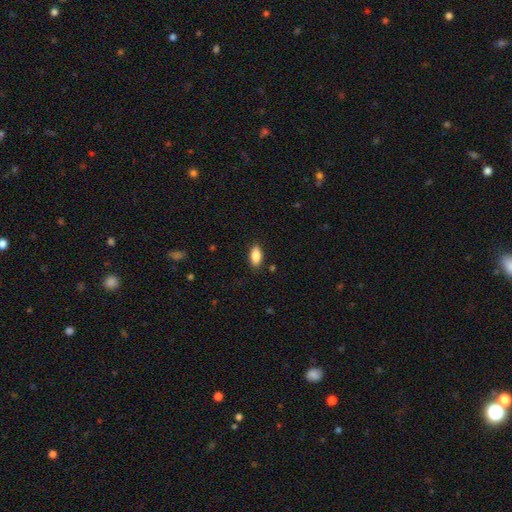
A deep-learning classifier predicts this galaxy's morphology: Smooth or featured?
  - smooth: 87% *
  - star or artifact: 7%
  - featured or disk: 6%
How rounded?
  - in between: 89% *
  - cigar-shaped: 8%
  - round: 3%
Merging?
  - none: 87% *
  - minor disturbance: 10%
  - major disturbance: 2%
  - merger: 1%